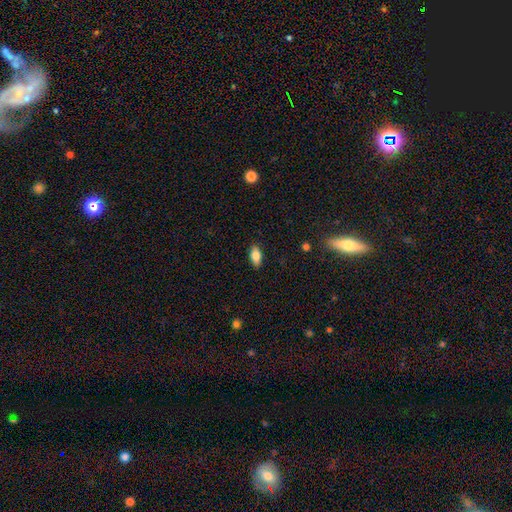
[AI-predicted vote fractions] A smooth galaxy with no disk features (82%) that is in between round and cigar-shaped (89%).

Vote fractions:
- Smooth or featured? smooth: 82% / featured or disk: 11% / star or artifact: 7%
- How rounded? in between: 89% / cigar-shaped: 8% / round: 3%
- Merging? none: 88% / minor disturbance: 9% / major disturbance: 2% / merger: 1%